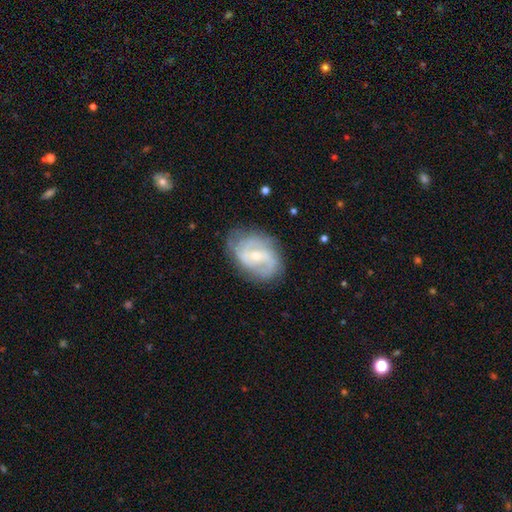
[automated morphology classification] Q: Smooth or featured?
A: featured or disk (79%); runner-up: smooth (15%)
Q: Edge-on disk?
A: no (97%); runner-up: yes (3%)
Q: Bar?
A: weak (52%); runner-up: no (33%)
Q: Spiral arms?
A: yes (91%); runner-up: no (9%)
Q: Spiral winding?
A: medium (45%); runner-up: tight (33%)
Q: Spiral arm count?
A: 2 (54%); runner-up: can't tell (23%)
Q: Bulge size?
A: small (58%); runner-up: moderate (38%)
Q: Merging?
A: none (71%); runner-up: minor disturbance (20%)